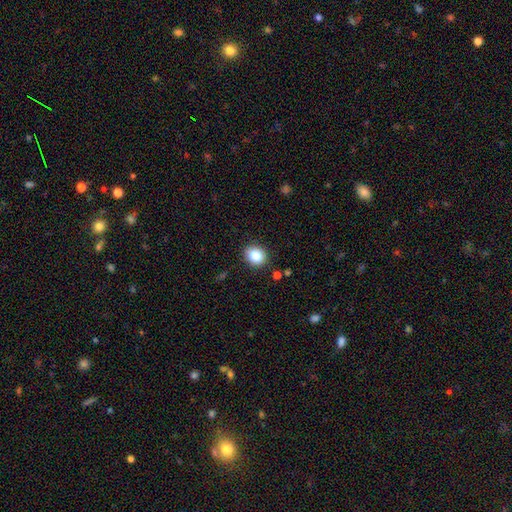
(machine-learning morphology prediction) Q: Smooth or featured?
A: smooth (85%); runner-up: star or artifact (9%)
Q: How rounded?
A: round (65%); runner-up: in between (34%)
Q: Merging?
A: none (87%); runner-up: minor disturbance (9%)